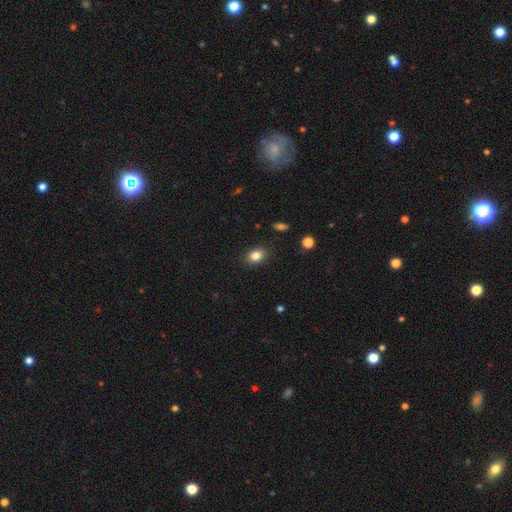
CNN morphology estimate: This appears to be a smooth galaxy with no disk features (84%) that is in between round and cigar-shaped (68%). Merging: none (87%).